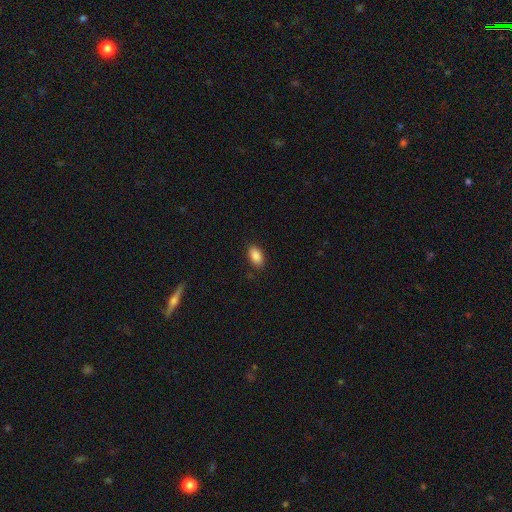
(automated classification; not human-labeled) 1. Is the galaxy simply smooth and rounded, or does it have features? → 88% smooth, 7% star or artifact, 4% featured or disk.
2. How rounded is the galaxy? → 93% in between, 5% round, 2% cigar-shaped.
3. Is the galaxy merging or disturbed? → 87% none, 10% minor disturbance, 2% major disturbance, 1% merger.